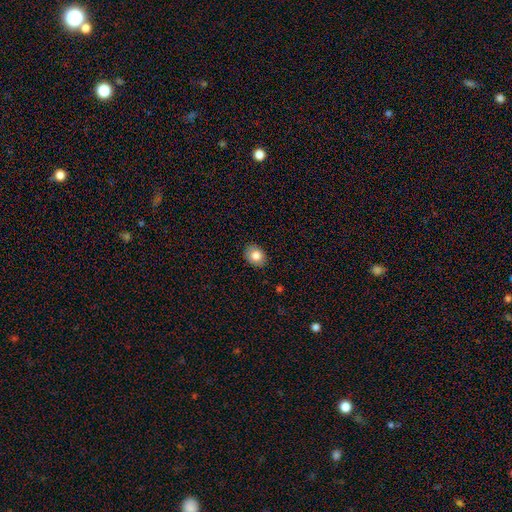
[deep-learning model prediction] Smooth or featured? smooth (83%)
How rounded? in between (52%)
Merging? none (88%)